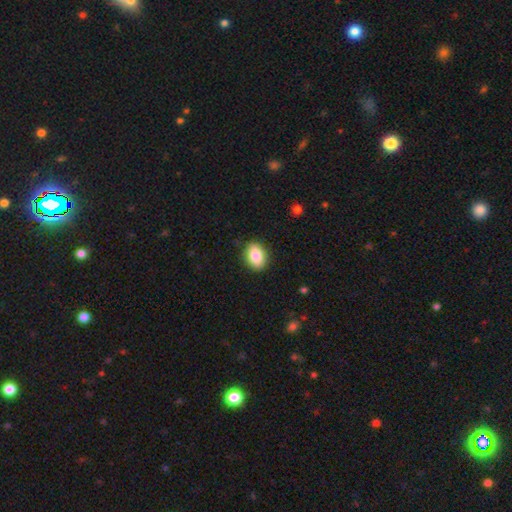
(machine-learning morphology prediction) This is clearly a smooth galaxy (84%). How rounded: likely in between (79%). Merging: clearly none (88%).